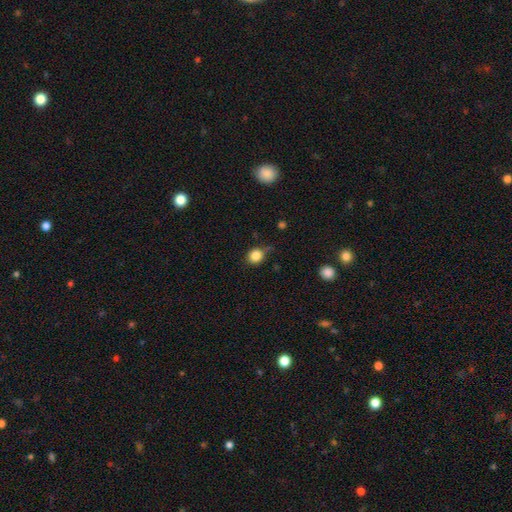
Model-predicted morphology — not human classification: Q: Smooth or featured?
A: smooth (83%); runner-up: star or artifact (11%)
Q: How rounded?
A: round (77%); runner-up: in between (22%)
Q: Merging?
A: none (68%); runner-up: minor disturbance (23%)